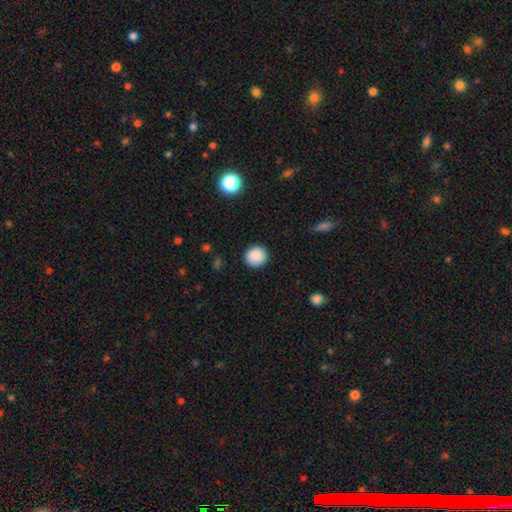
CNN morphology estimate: Overall: smooth (88%). How rounded: round (90%). Merging: none (89%).